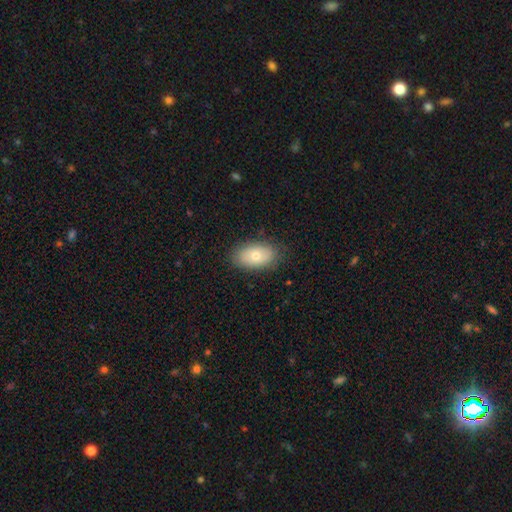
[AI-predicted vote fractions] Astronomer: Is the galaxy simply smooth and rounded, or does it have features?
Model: smooth — 71%.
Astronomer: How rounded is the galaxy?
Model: in between — 92%.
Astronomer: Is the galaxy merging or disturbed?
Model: none — 84%.